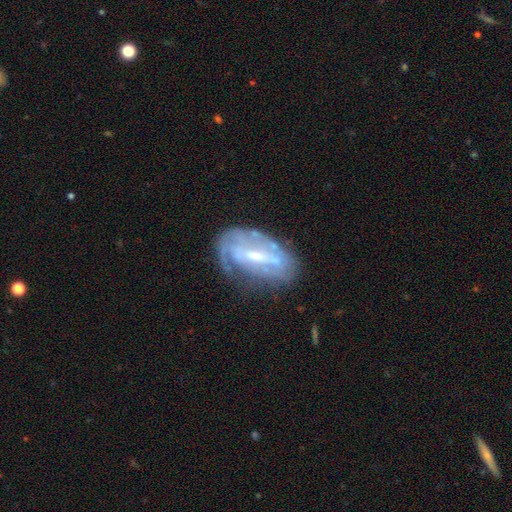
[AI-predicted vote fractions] A featured or disk galaxy (74%) with a weak bar (41%), spiral arms (72%) and a small central bulge (46%). Merging: none (56%).